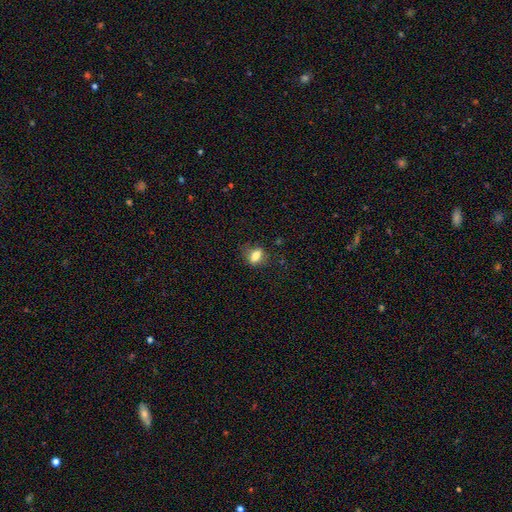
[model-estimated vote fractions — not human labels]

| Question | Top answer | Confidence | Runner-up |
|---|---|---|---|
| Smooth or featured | smooth | 73% | featured or disk (16%) |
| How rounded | in between | 72% | round (18%) |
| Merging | none | 74% | minor disturbance (18%) |